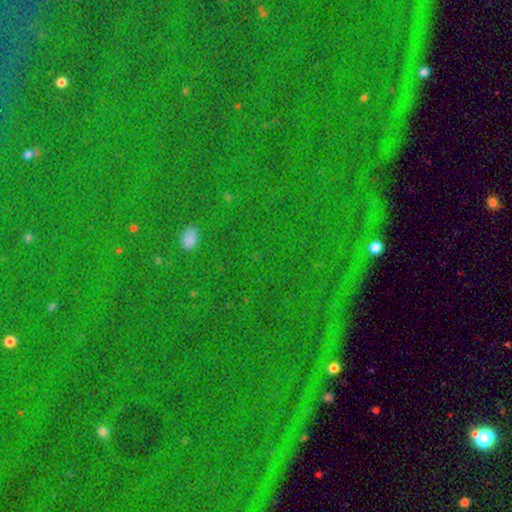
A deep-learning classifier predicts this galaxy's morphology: A star or artifact, not a galaxy (82%).